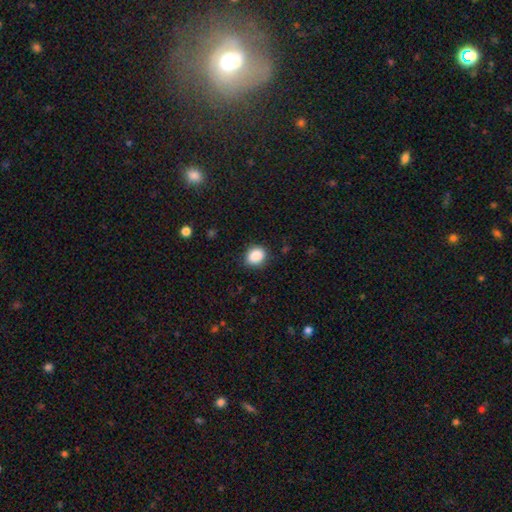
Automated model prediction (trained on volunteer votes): Smooth or featured? smooth (88%)
How rounded? round (56%)
Merging? none (84%)